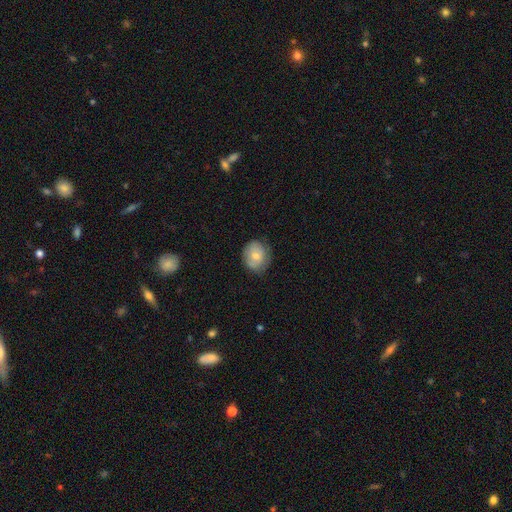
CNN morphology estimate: Smooth or featured? smooth (73%)
How rounded? round (69%)
Merging? none (72%)